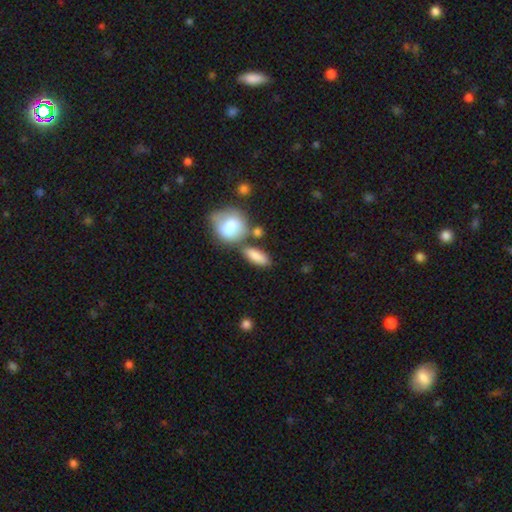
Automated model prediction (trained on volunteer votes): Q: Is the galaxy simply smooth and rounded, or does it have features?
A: smooth — 84%.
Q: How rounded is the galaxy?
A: in between — 68%.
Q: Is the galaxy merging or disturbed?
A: none — 63%.